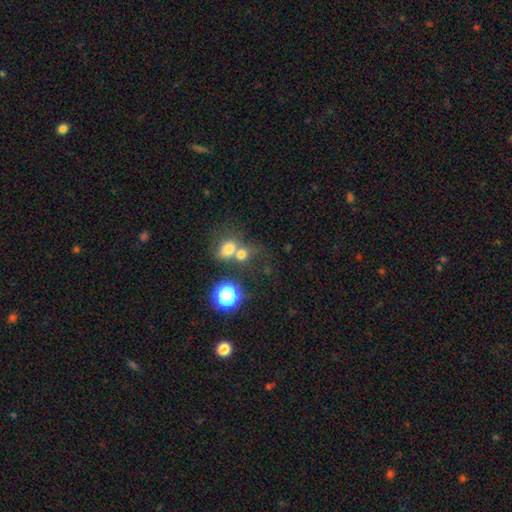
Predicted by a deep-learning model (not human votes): Q: Smooth or featured?
A: star or artifact (44%); runner-up: smooth (40%)